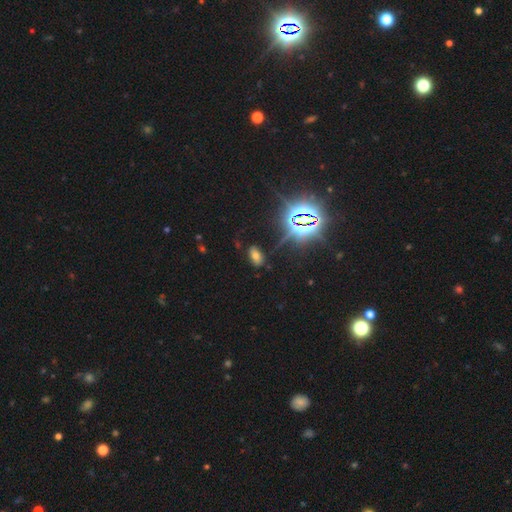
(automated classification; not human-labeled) smooth 51%, star or artifact 37%, featured or disk 11%. Down the decision tree: how rounded — in between (91%); merging — none (81%).